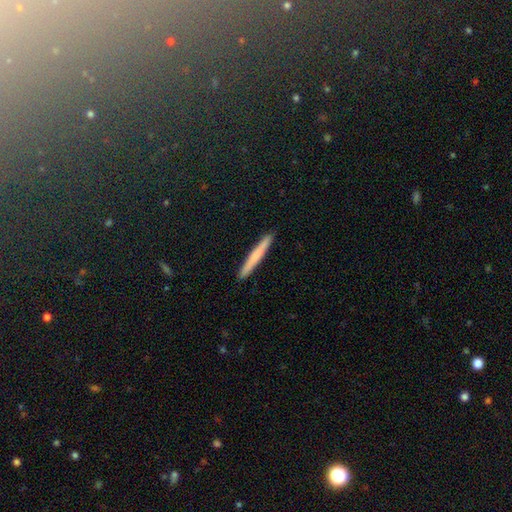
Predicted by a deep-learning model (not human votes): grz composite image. It shows a smooth galaxy with no disk features (69%) that is cigar-shaped (97%). Merging: none (92%).